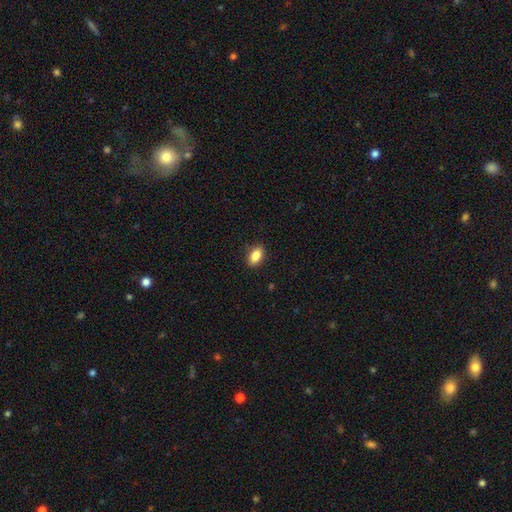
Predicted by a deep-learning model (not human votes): The model was most divided on "merging": none: 88%, minor disturbance: 9%, major disturbance: 2%, merger: 1%. More confident: how rounded — in between (90%); smooth or featured — smooth (88%).